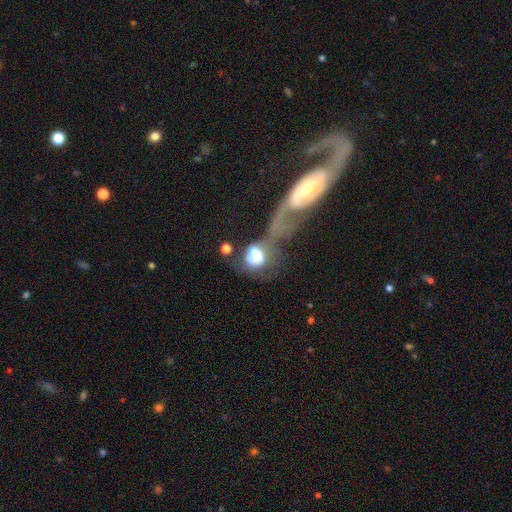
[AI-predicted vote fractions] Overall: smooth (62%; featured or disk 28%). How rounded: round (50%; in between 47%). Merging: merger (51%; major disturbance 30%).